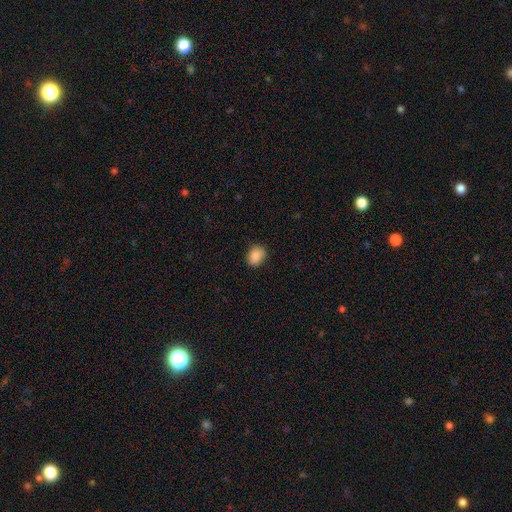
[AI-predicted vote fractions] Smooth or featured: smooth — 88% (star or artifact — 8%)
How rounded: in between — 50% (round — 49%)
Merging: none — 82% (minor disturbance — 15%)